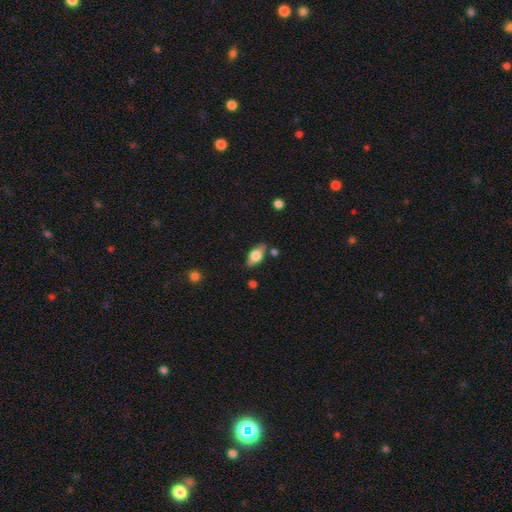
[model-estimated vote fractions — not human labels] smooth-or-featured: smooth: 67% | featured or disk: 26% | star or artifact: 7%
  how-rounded: in between: 87% | cigar-shaped: 9% | round: 4%
  merging: none: 79% | minor disturbance: 14% | merger: 4% | major disturbance: 3%